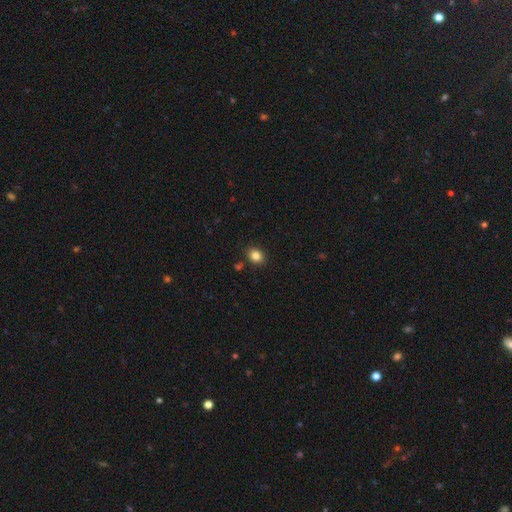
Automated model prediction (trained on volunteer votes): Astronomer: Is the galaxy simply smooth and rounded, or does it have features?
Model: smooth — 84%.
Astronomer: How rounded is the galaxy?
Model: round — 50% (runner-up: in between, 49%).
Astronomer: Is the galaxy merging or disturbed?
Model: none — 86%.